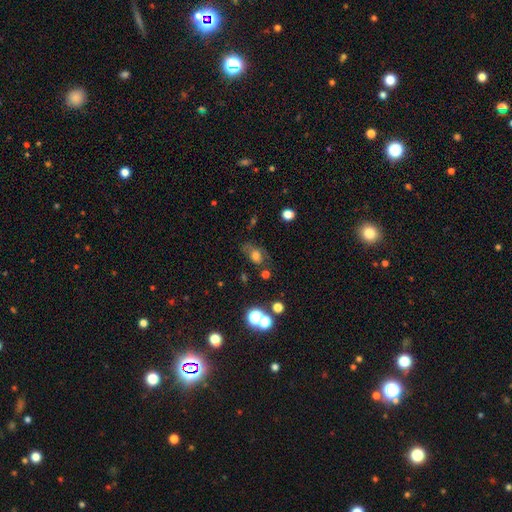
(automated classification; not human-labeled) A smooth galaxy with no disk features (60%) that is in between round and cigar-shaped (70%). Merging: none (51%).